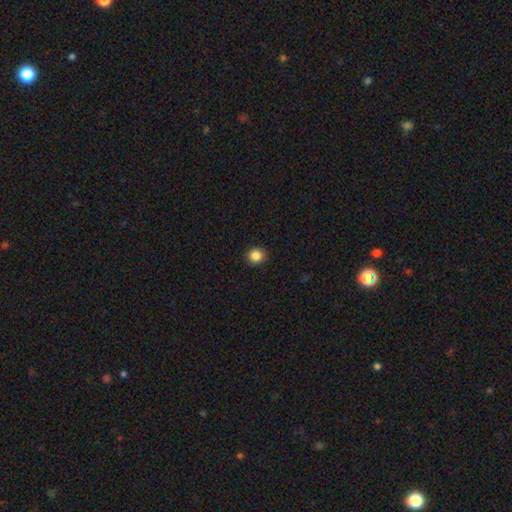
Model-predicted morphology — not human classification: The model was most divided on "how rounded": round: 86%, in between: 13%, cigar-shaped: 1%. More confident: merging — none (92%); smooth or featured — smooth (86%).